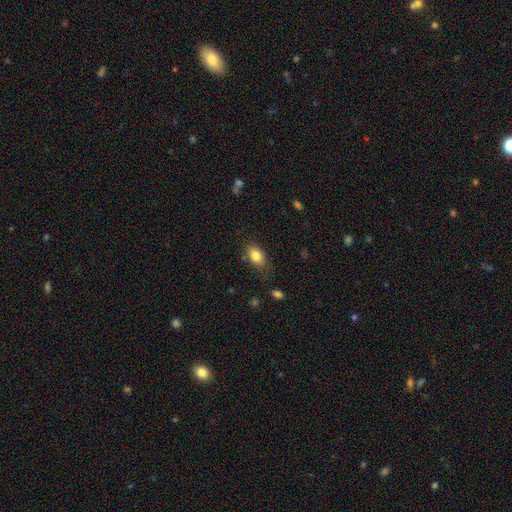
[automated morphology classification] smooth_or_featured: smooth (p=0.83) [alt: star or artifact p=0.09]
how_rounded: in between (p=0.83) [alt: round p=0.15]
merging: none (p=0.73) [alt: minor disturbance p=0.20]